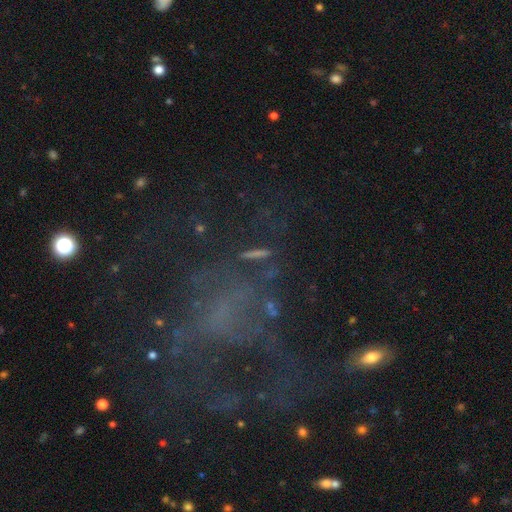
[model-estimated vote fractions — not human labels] Smooth or featured?
  - star or artifact: 39% *
  - featured or disk: 37%
  - smooth: 25%